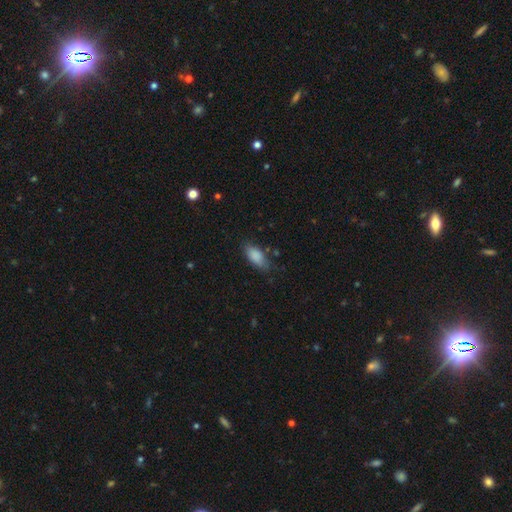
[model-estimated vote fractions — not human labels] Overall: smooth (87%). How rounded: in between (87%). Merging: none (71%).